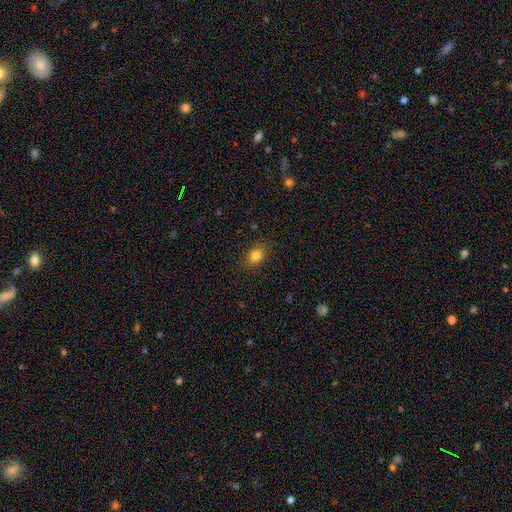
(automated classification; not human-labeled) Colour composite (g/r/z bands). It shows a smooth galaxy with no disk features (82%) that is in between round and cigar-shaped (62%). Merging: none (85%).